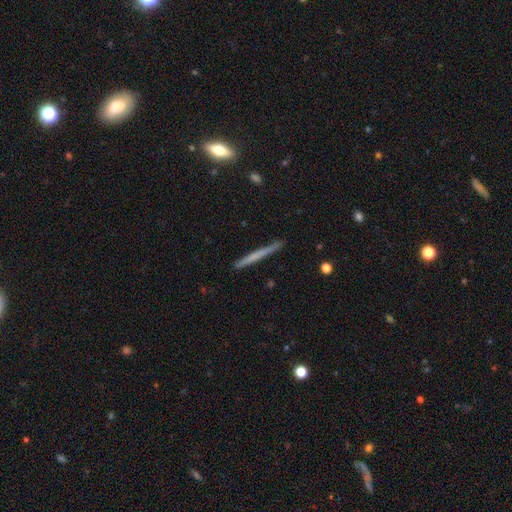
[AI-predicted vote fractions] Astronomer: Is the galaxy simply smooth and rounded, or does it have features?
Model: smooth — 50% (runner-up: featured or disk, 44%).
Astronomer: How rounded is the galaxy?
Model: cigar-shaped — 97%.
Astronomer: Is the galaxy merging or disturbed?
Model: none — 90%.